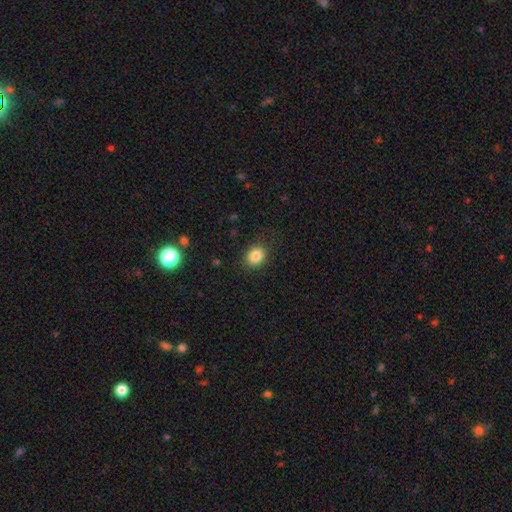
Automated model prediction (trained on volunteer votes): Overall: smooth (84%). How rounded: round (59%; in between 41%). Merging: none (87%).